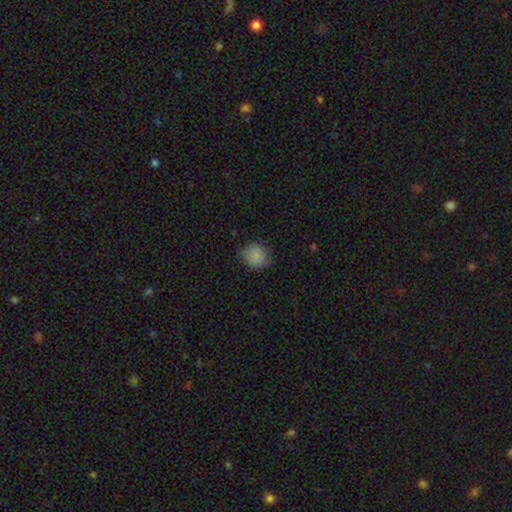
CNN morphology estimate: A smooth galaxy with no disk features (86%) that is round (74%).

Vote fractions:
- Smooth or featured? smooth: 86% / star or artifact: 9% / featured or disk: 4%
- How rounded? round: 74% / in between: 26% / cigar-shaped: 1%
- Merging? none: 80% / minor disturbance: 16% / major disturbance: 3% / merger: 1%